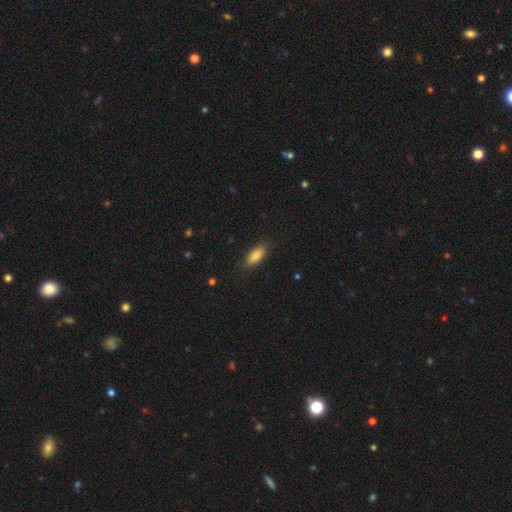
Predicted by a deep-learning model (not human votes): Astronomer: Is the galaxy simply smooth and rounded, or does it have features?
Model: smooth — 87%.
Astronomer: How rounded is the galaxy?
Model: in between — 79%.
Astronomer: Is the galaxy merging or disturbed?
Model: none — 85%.